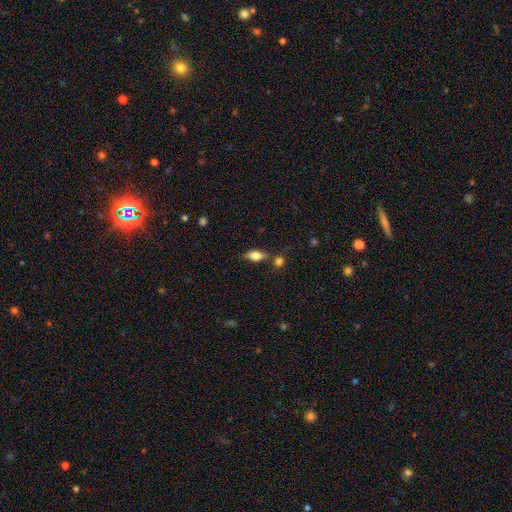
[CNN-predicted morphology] This is likely a smooth galaxy (71%). How rounded: clearly in between (82%). Merging: likely none (68%).